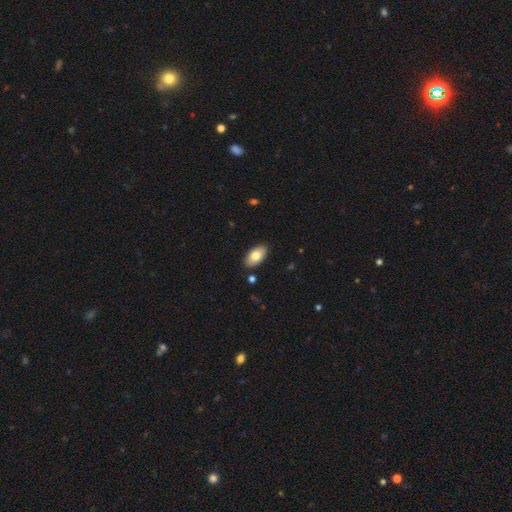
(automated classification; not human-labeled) Q: Smooth or featured?
A: smooth (77%); runner-up: featured or disk (16%)
Q: How rounded?
A: in between (95%); runner-up: round (3%)
Q: Merging?
A: none (88%); runner-up: minor disturbance (9%)